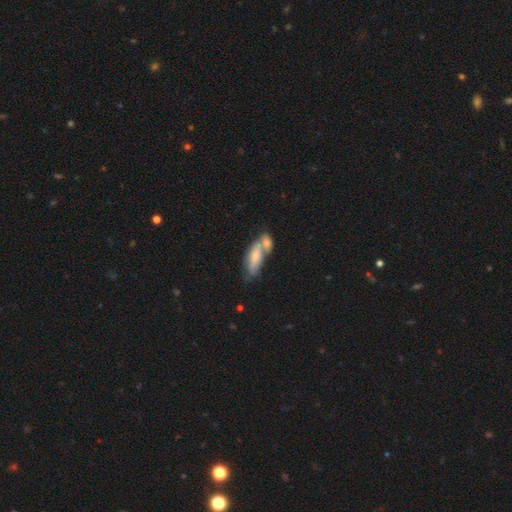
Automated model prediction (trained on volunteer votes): The model was most divided on "merging": merger: 56%, none: 27%, minor disturbance: 12%, major disturbance: 5%. More confident: smooth or featured — smooth (67%); how rounded — in between (67%).